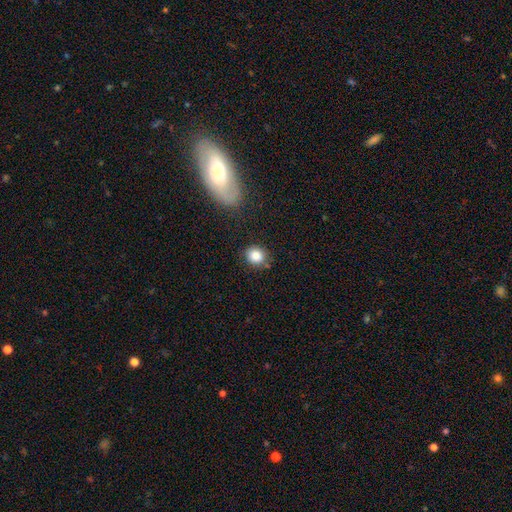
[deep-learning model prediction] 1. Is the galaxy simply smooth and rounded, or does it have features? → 84% smooth, 10% star or artifact, 6% featured or disk.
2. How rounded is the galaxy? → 80% round, 19% in between, 1% cigar-shaped.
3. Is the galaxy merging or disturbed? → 79% none, 13% minor disturbance, 5% merger, 4% major disturbance.